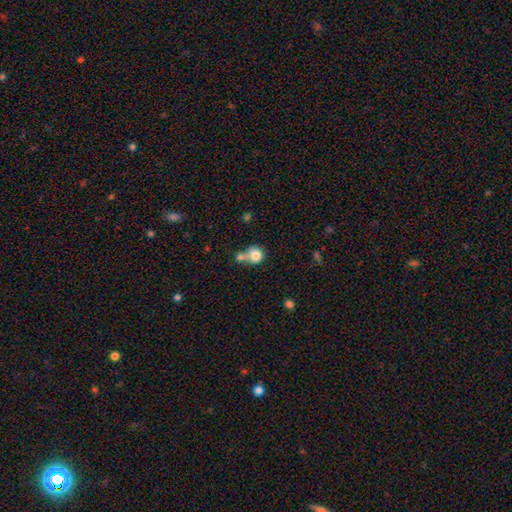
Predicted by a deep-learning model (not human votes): Q: Smooth or featured?
A: smooth (79%); runner-up: featured or disk (11%)
Q: How rounded?
A: round (84%); runner-up: in between (15%)
Q: Merging?
A: merger (45%); runner-up: none (39%)